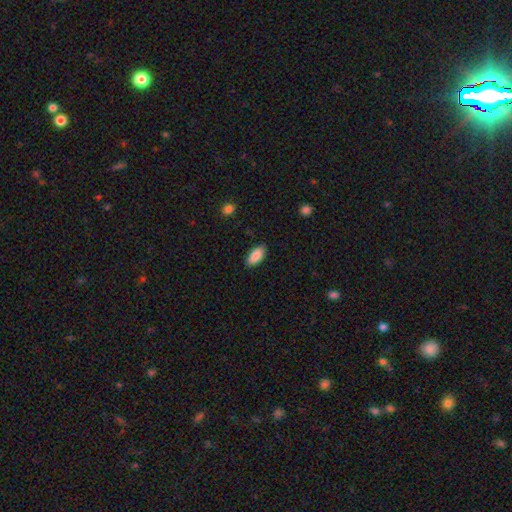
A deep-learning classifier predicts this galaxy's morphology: This appears to be a smooth galaxy with no disk features (88%) that is in between round and cigar-shaped (89%). Merging: none (87%).